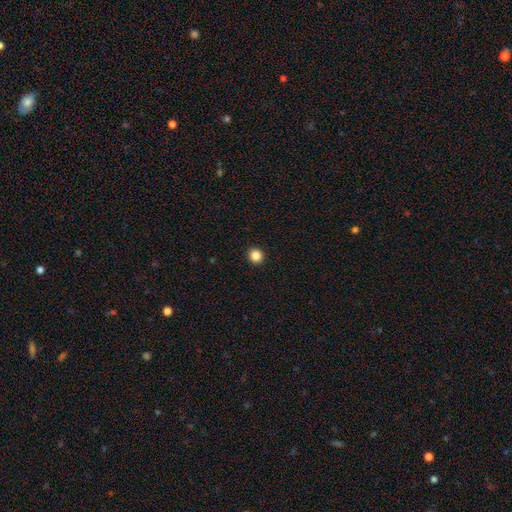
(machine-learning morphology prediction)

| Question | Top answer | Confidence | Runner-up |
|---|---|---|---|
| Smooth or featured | smooth | 85% | star or artifact (11%) |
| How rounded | round | 90% | in between (9%) |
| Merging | none | 94% | minor disturbance (4%) |